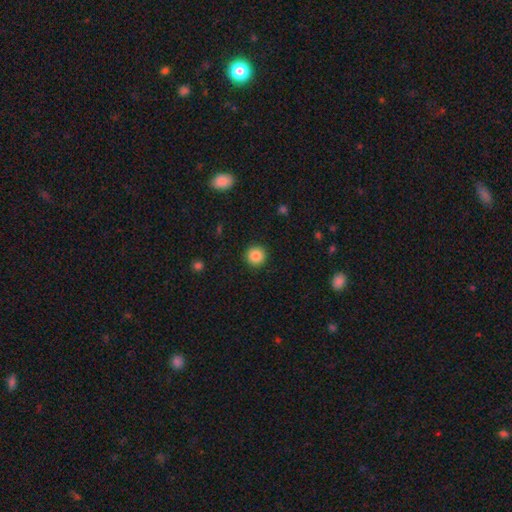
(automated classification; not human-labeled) Smooth or featured: smooth — 86% (star or artifact — 10%)
How rounded: round — 95% (in between — 4%)
Merging: none — 92% (minor disturbance — 5%)